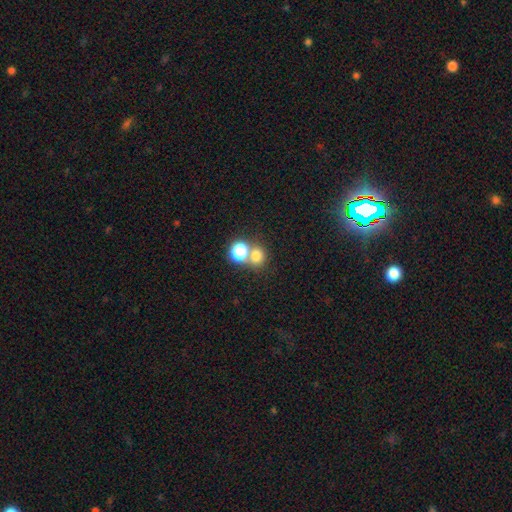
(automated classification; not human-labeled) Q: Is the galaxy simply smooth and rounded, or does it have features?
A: smooth — 74%.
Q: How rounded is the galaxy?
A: round — 77%.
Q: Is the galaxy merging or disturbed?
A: none — 50%.